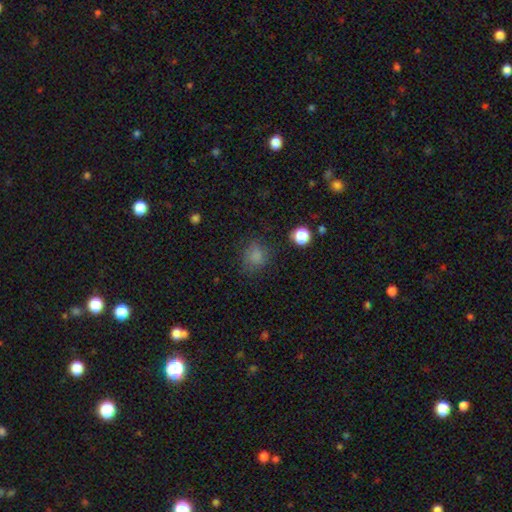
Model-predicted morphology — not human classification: Overall: smooth (77%). How rounded: round (69%; in between 30%). Merging: none (66%).